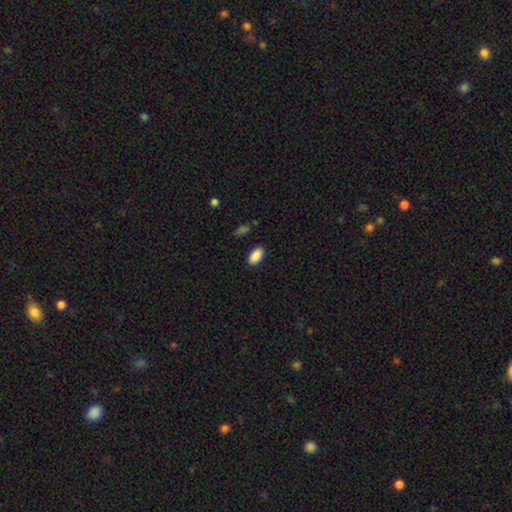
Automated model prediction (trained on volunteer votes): Smooth or featured?
  - smooth: 89% *
  - star or artifact: 7%
  - featured or disk: 4%
How rounded?
  - in between: 93% *
  - cigar-shaped: 4%
  - round: 3%
Merging?
  - none: 87% *
  - minor disturbance: 9%
  - major disturbance: 2%
  - merger: 1%